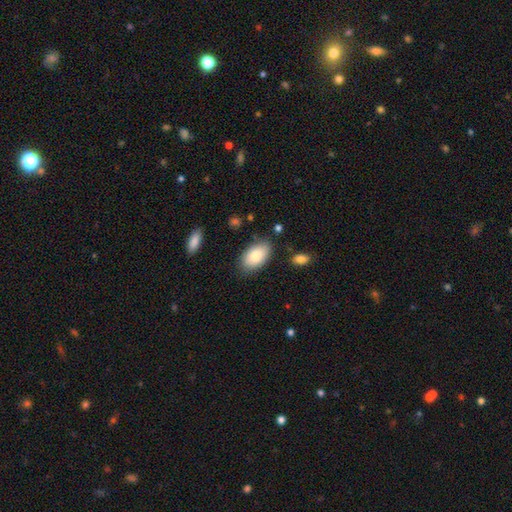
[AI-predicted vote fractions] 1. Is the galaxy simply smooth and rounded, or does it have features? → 84% smooth, 10% featured or disk, 6% star or artifact.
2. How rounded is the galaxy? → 94% in between, 5% round, 1% cigar-shaped.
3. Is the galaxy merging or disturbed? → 81% none, 13% minor disturbance, 3% major disturbance, 2% merger.